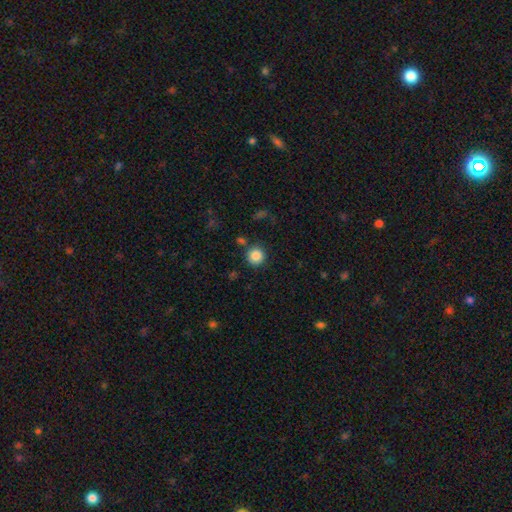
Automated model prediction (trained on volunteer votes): smooth_or_featured: smooth (p=0.86) [alt: star or artifact p=0.10]
how_rounded: round (p=0.94) [alt: in between p=0.05]
merging: none (p=0.86) [alt: minor disturbance p=0.07]